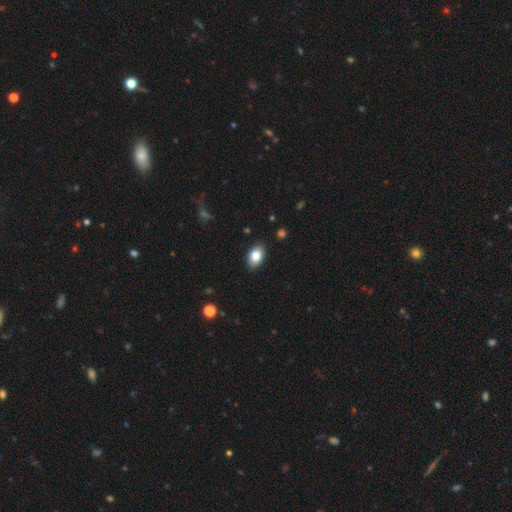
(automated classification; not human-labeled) Q: Smooth or featured?
A: smooth (83%); runner-up: featured or disk (9%)
Q: How rounded?
A: in between (88%); runner-up: round (10%)
Q: Merging?
A: none (88%); runner-up: minor disturbance (9%)